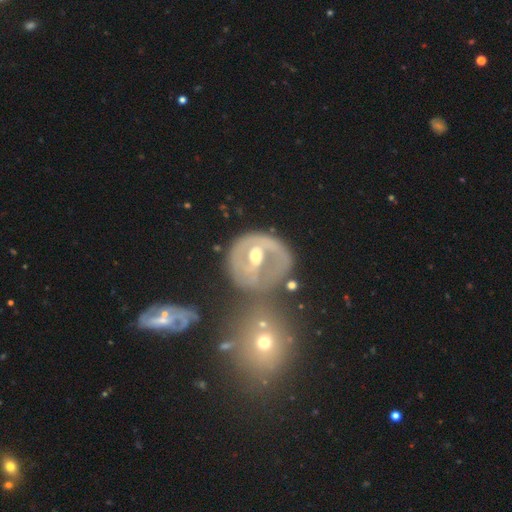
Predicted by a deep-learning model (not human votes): This appears to be a featured or disk galaxy (73%) with a weak bar (41%), spiral arms (59%) and a moderate central bulge (73%). Merging: none (35%).